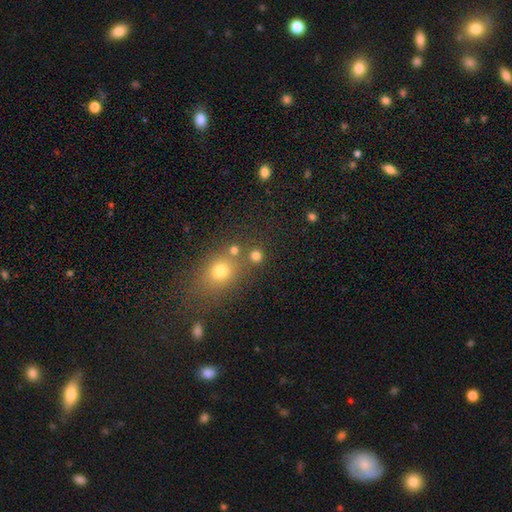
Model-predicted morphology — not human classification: Smooth or featured? Predicted: smooth (p=0.76). How rounded? Predicted: round (p=0.88). Merging? Predicted: none (p=0.74).